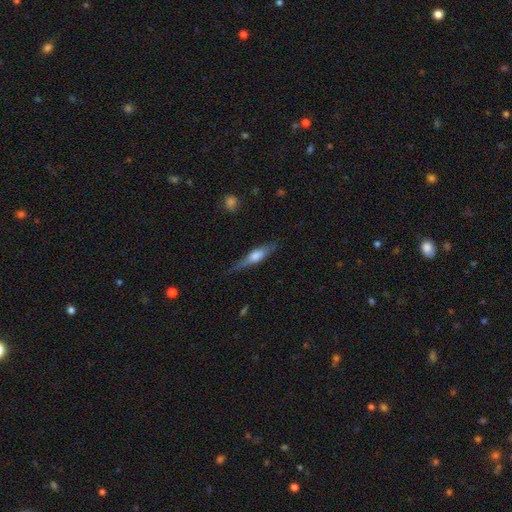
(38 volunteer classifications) Morphology: type=featured or disk (53%); edge-on=yes (90%); edge-on bulge=rounded (94%); merging=none (46%).